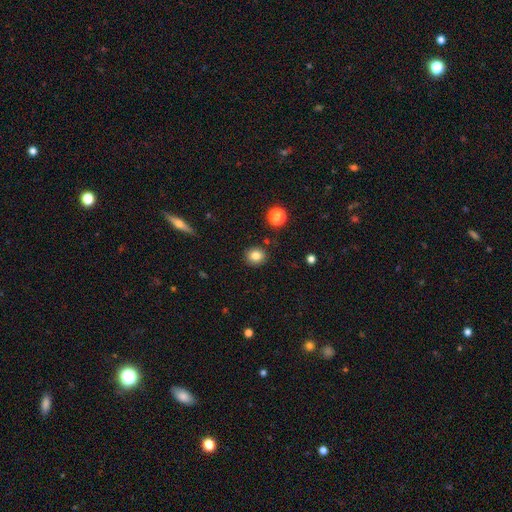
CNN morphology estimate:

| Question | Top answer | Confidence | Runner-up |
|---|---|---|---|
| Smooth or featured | smooth | 82% | star or artifact (11%) |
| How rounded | round | 76% | in between (23%) |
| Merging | none | 87% | minor disturbance (8%) |